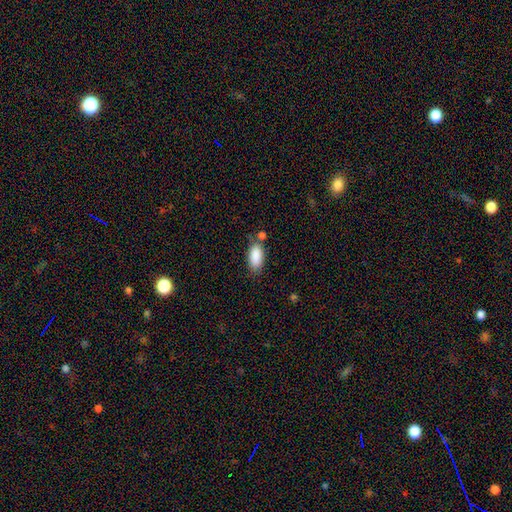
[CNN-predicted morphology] A smooth galaxy with no disk features (88%) that is in between round and cigar-shaped (91%). Merging: none (62%).